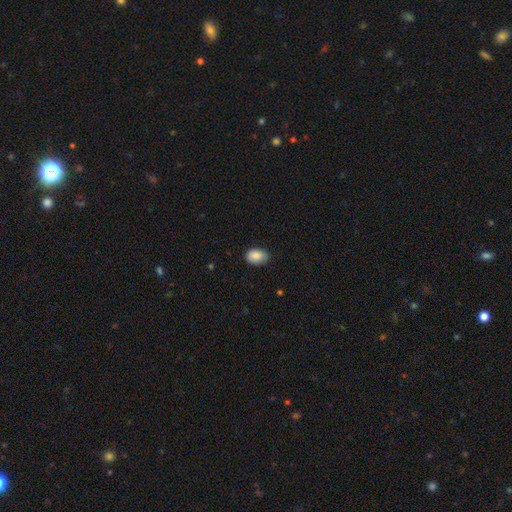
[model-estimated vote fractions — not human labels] Morphology: type=smooth (88%); roundness=in between (84%); merging=none (78%).